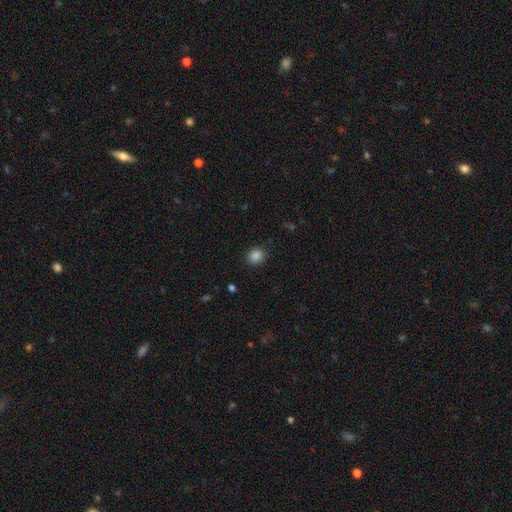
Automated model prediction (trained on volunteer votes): The model was most divided on "how rounded": round: 83%, in between: 16%, cigar-shaped: 1%. More confident: merging — none (89%); smooth or featured — smooth (86%).